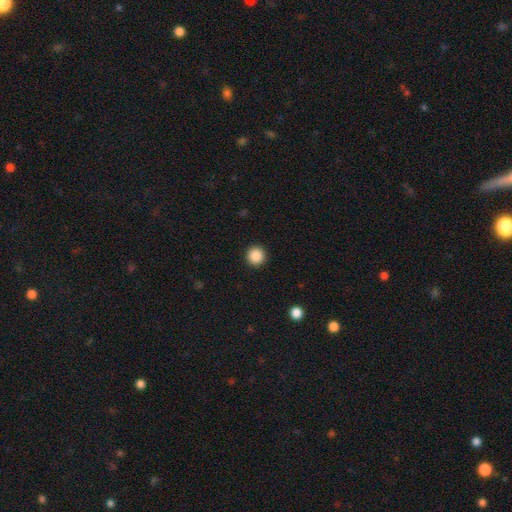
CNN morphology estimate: Q: Smooth or featured?
A: smooth (88%); runner-up: star or artifact (10%)
Q: How rounded?
A: round (95%); runner-up: in between (4%)
Q: Merging?
A: none (93%); runner-up: minor disturbance (4%)